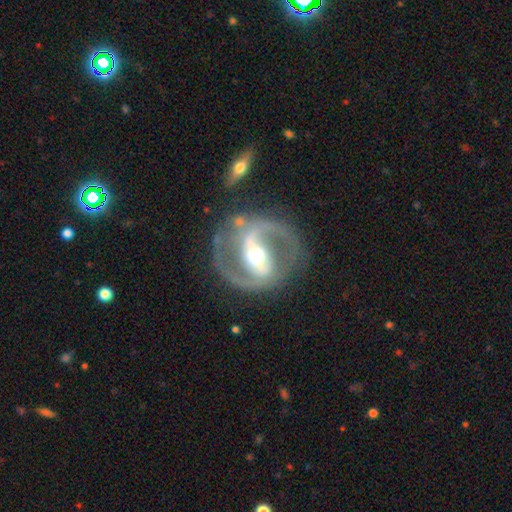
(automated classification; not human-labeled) Overall: featured or disk (88%). Edge-on disk: no (96%). Bar: strong (62%; weak 26%). Spiral arms: yes (88%). Spiral arm count: 2 (90%). Spiral winding: medium (56%; tight 24%). Bulge size: moderate (70%). Merging: none (77%).